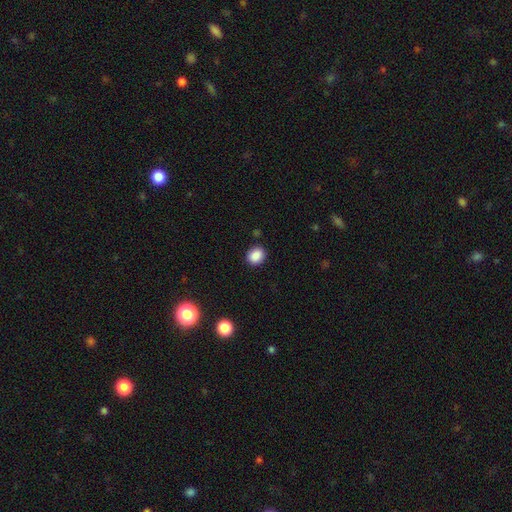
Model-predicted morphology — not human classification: smooth_or_featured: smooth (p=0.88) [alt: star or artifact p=0.09]
how_rounded: round (p=0.64) [alt: in between p=0.35]
merging: none (p=0.89) [alt: minor disturbance p=0.07]